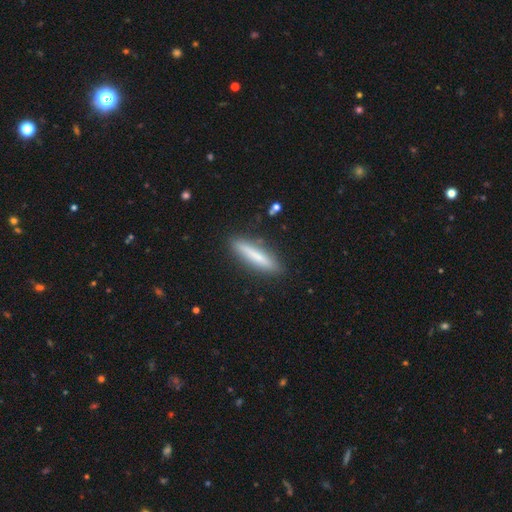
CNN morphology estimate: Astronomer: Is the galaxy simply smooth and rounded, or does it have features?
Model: smooth — 69%.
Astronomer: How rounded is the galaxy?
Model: cigar-shaped — 89%.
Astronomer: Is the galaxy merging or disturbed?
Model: none — 87%.